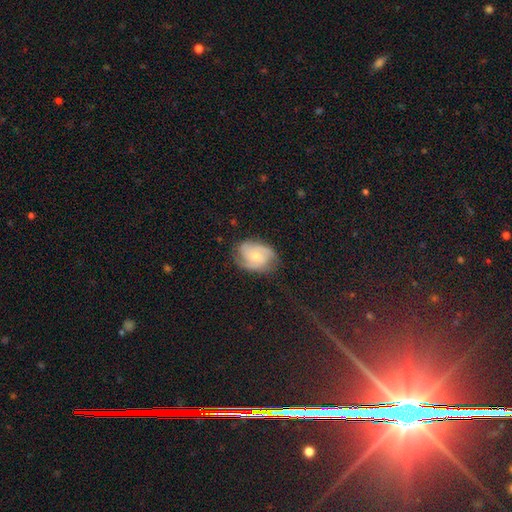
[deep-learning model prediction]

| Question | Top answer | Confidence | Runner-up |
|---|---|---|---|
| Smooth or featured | featured or disk | 70% | smooth (23%) |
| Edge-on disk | no | 97% | yes (3%) |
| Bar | no | 65% | weak (30%) |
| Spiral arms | yes | 94% | no (6%) |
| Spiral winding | medium | 46% | tight (38%) |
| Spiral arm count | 2 | 48% | 3 (26%) |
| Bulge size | small | 51% | moderate (43%) |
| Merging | none | 70% | minor disturbance (21%) |